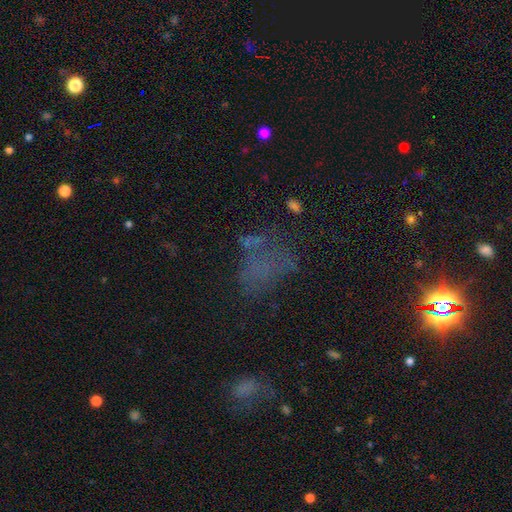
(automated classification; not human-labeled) Q: Smooth or featured?
A: smooth (38%); runner-up: star or artifact (33%)
Q: Merging?
A: none (43%); runner-up: major disturbance (29%)